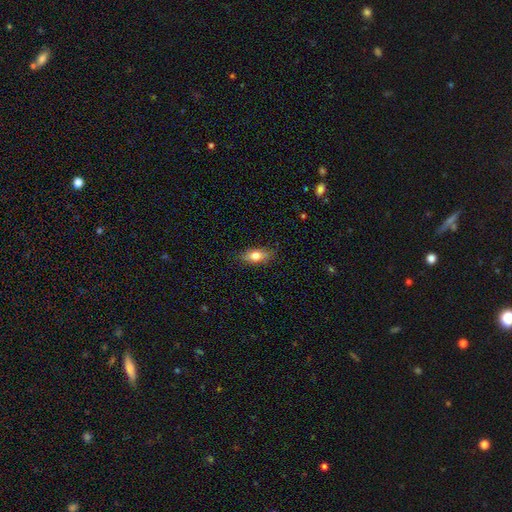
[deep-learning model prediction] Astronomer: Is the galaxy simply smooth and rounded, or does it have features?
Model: smooth — 75%.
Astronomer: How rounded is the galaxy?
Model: in between — 81%.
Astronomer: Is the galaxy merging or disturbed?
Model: none — 81%.